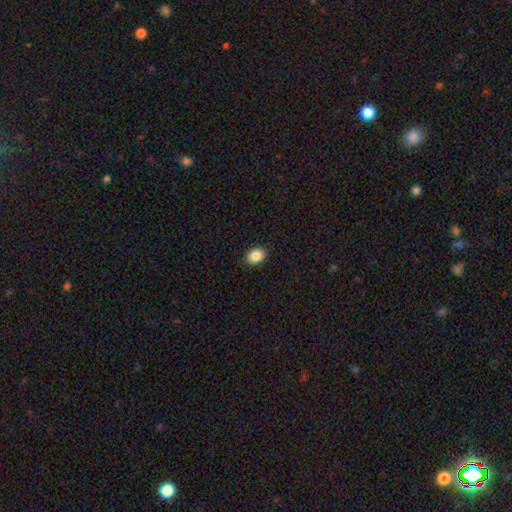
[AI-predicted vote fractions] This appears to be a smooth galaxy with no disk features (87%) that is in between round and cigar-shaped (73%). Merging: none (89%).